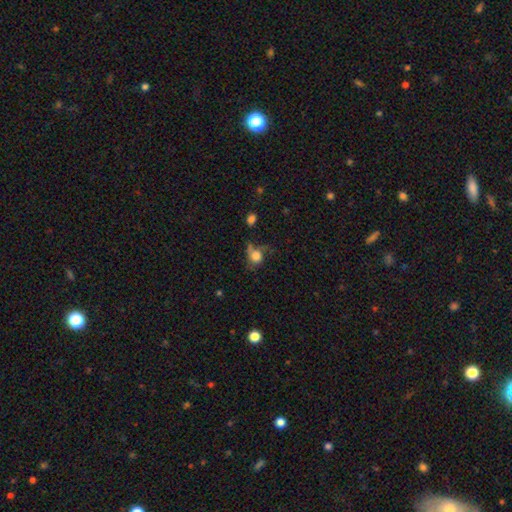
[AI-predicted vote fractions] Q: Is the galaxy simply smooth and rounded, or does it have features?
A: smooth — 69%.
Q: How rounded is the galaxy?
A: round — 71%.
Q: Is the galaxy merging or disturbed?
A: none — 38%.